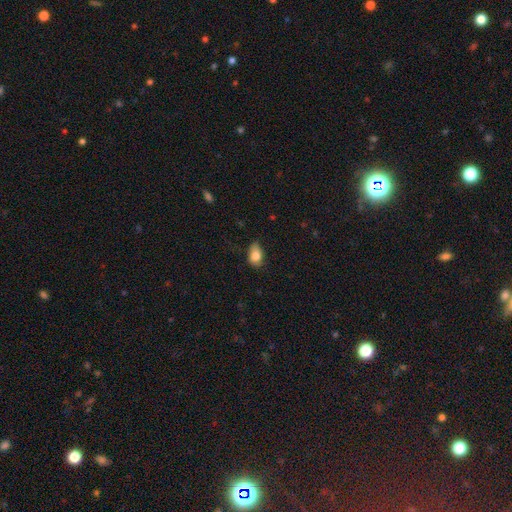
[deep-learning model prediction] Smooth or featured?
  - smooth: 83% *
  - featured or disk: 9%
  - star or artifact: 8%
How rounded?
  - in between: 85% *
  - round: 13%
  - cigar-shaped: 2%
Merging?
  - none: 60% *
  - minor disturbance: 32%
  - major disturbance: 7%
  - merger: 1%